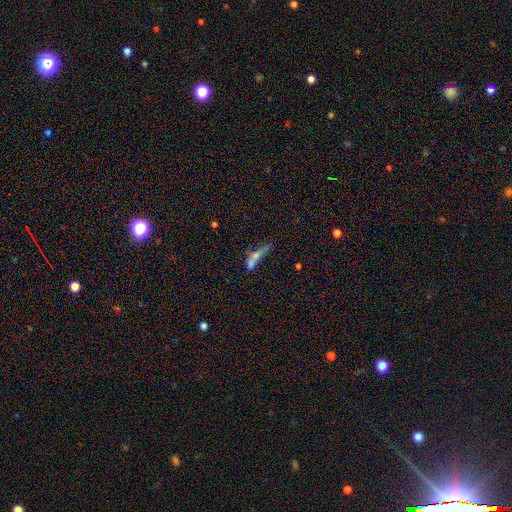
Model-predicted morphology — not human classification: Smooth or featured: smooth — 54% (featured or disk — 33%)
How rounded: cigar-shaped — 62% (in between — 31%)
Merging: merger — 43% (none — 27%)